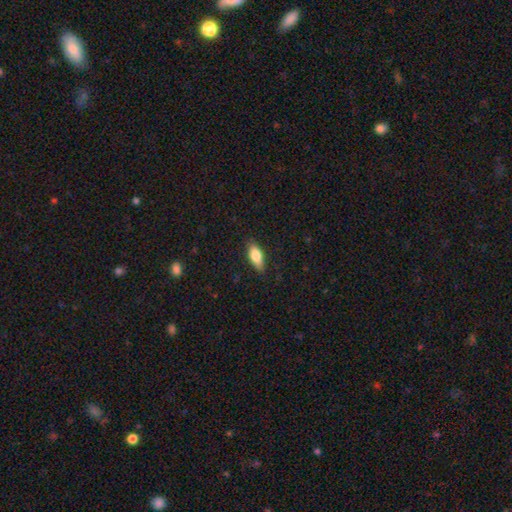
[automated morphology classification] Smooth or featured: smooth — 77% (featured or disk — 17%)
How rounded: in between — 74% (cigar-shaped — 23%)
Merging: none — 85% (minor disturbance — 11%)